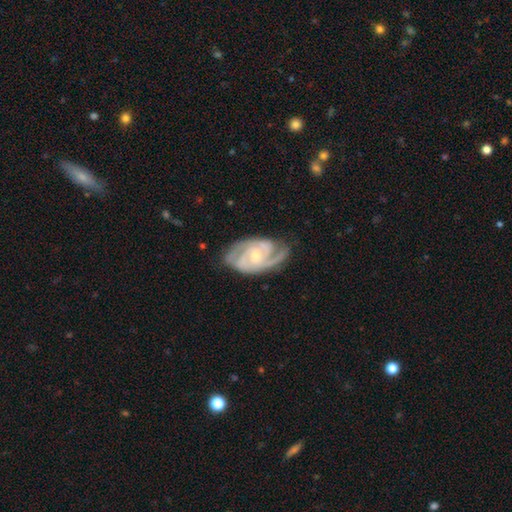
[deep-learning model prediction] This appears to be a featured or disk galaxy (90%) with no bar (56%), 2 (44%) tight (54%) spiral arms (98%) and a small central bulge (62%). Merging: none (72%).